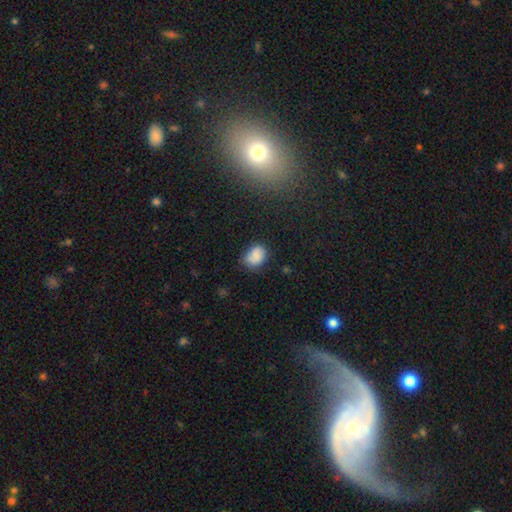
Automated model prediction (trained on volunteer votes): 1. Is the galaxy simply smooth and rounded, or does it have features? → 77% smooth, 13% featured or disk, 10% star or artifact.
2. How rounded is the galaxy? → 62% in between, 37% round, 1% cigar-shaped.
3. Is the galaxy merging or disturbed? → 62% none, 26% minor disturbance, 6% major disturbance, 5% merger.